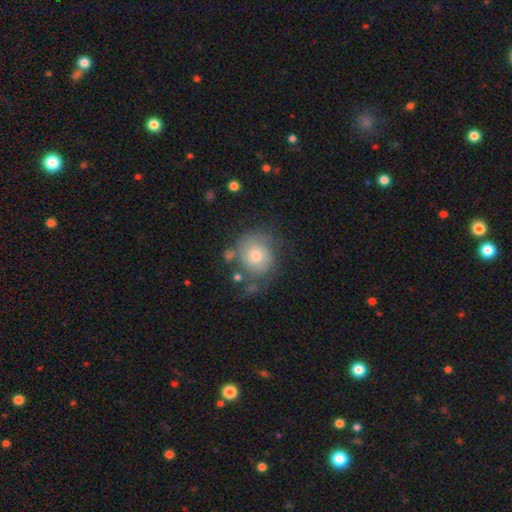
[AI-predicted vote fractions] Smooth or featured?
  - smooth: 47% *
  - featured or disk: 44%
  - star or artifact: 9%
Merging?
  - none: 57% *
  - minor disturbance: 22%
  - major disturbance: 14%
  - merger: 6%